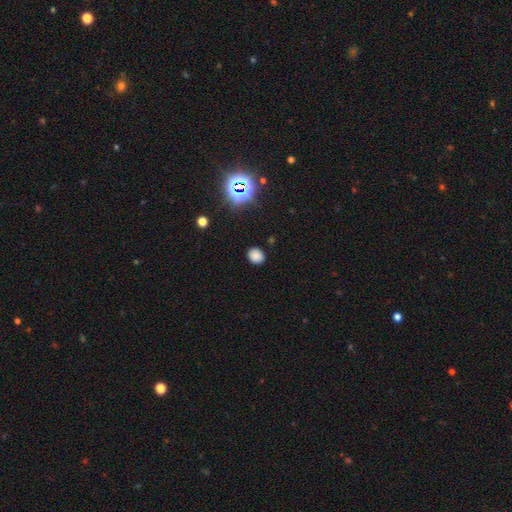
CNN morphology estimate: Smooth or featured? Predicted: smooth (p=0.80). How rounded? Predicted: round (p=0.68). Merging? Predicted: none (p=0.88).